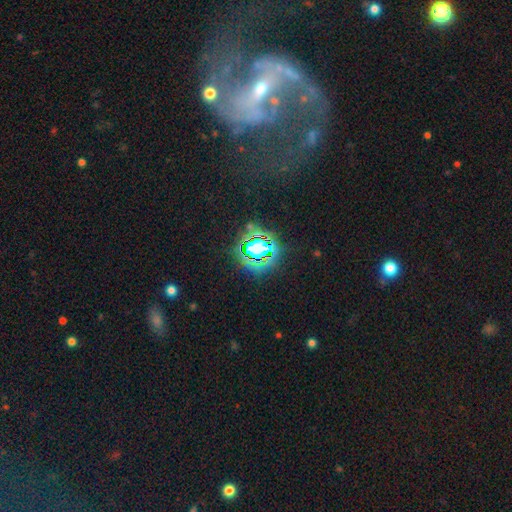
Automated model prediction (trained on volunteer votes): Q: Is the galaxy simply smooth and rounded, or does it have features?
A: featured or disk — 56%.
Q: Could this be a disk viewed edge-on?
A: no — 91%.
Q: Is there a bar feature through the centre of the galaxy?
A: strong — 34%, tied with weak.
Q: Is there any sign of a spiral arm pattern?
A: yes — 72%.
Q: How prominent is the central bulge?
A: small — 60%.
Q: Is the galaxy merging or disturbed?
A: none — 53%.